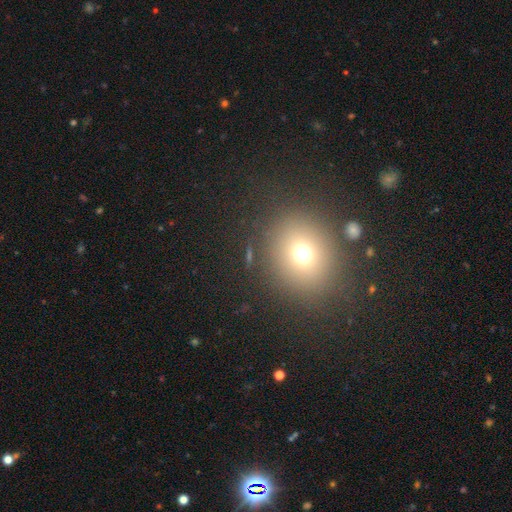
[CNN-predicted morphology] smooth 66%, star or artifact 24%, featured or disk 10%. Down the decision tree: how rounded — round (73%); merging — none (86%).